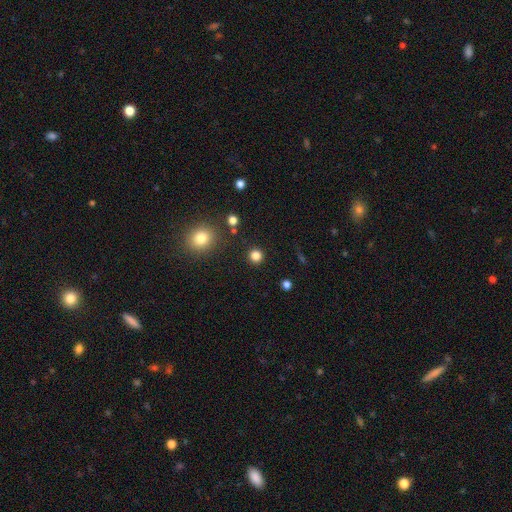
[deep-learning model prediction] smooth 82%, star or artifact 14%, featured or disk 4%. Down the decision tree: how rounded — round (93%); merging — none (90%).